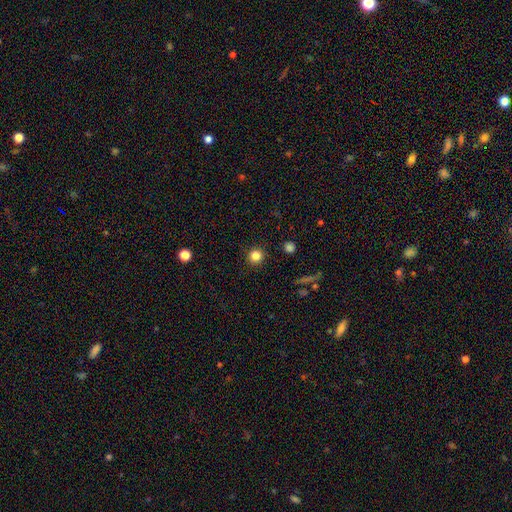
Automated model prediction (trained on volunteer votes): Smooth or featured? smooth (83%)
How rounded? round (94%)
Merging? none (91%)